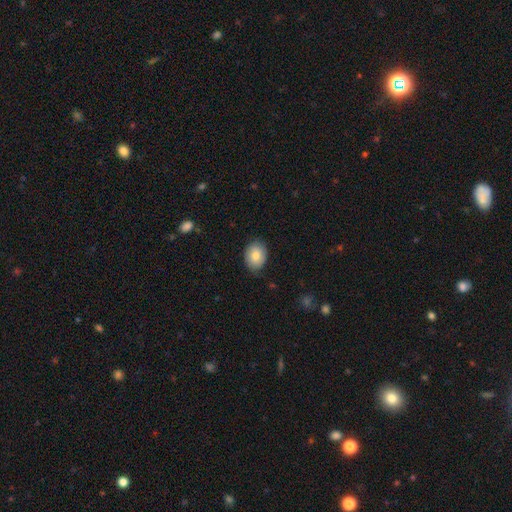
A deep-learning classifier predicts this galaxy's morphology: This is clearly a smooth galaxy (80%). How rounded: likely in between (63%). Merging: clearly none (81%).